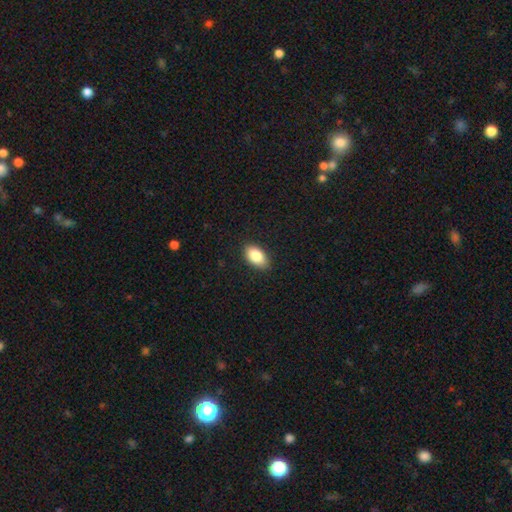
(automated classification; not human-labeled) A smooth galaxy with no disk features (85%) that is in between round and cigar-shaped (93%). Merging: none (88%).